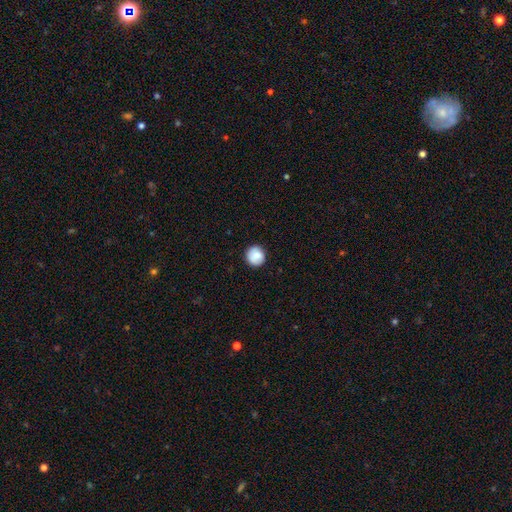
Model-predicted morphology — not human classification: smooth 82%, featured or disk 10%, star or artifact 8%. Down the decision tree: how rounded — round (94%); merging — none (89%).